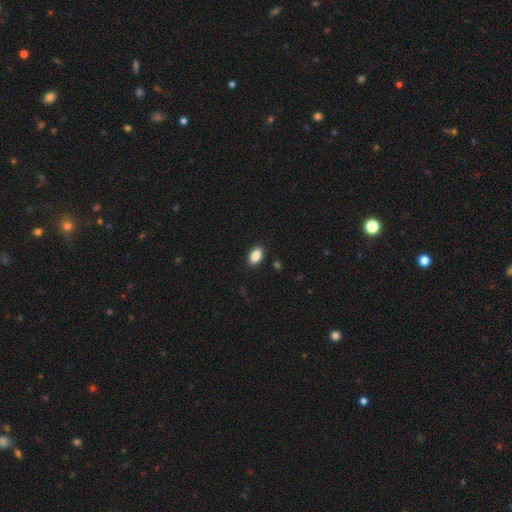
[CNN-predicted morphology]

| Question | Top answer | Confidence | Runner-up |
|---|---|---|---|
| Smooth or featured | smooth | 87% | star or artifact (8%) |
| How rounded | in between | 91% | round (7%) |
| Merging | none | 89% | minor disturbance (8%) |